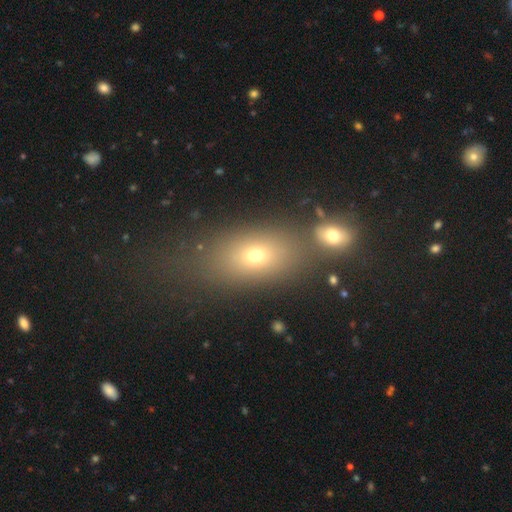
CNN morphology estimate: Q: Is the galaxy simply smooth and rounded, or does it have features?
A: smooth — 63%.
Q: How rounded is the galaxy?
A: in between — 73%.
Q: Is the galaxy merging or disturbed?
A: none — 55%.